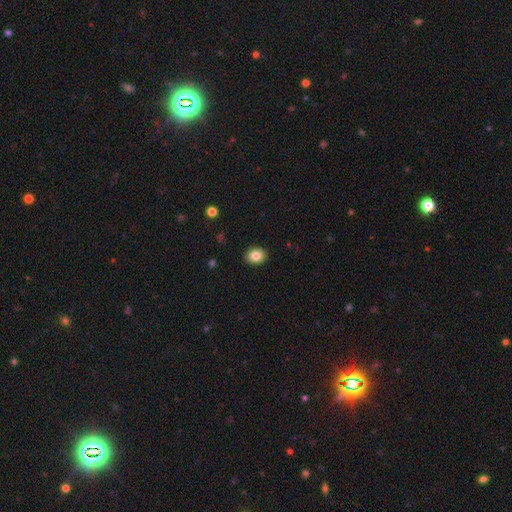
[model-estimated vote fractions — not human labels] This is clearly a smooth galaxy (84%). How rounded: possibly in between (56%). Merging: clearly none (91%).